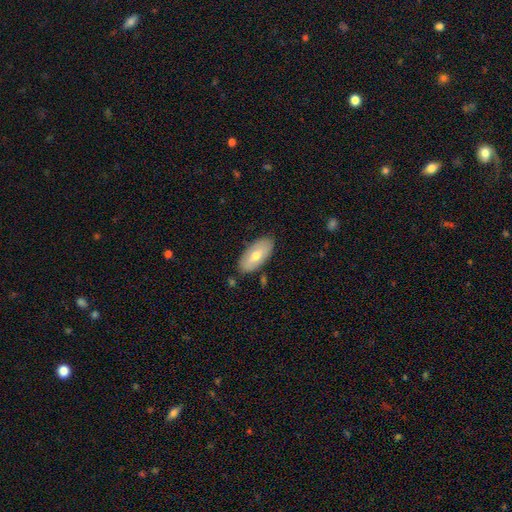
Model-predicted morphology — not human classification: A smooth galaxy with no disk features (60%) that is in between round and cigar-shaped (92%).

Vote fractions:
- Smooth or featured? smooth: 60% / featured or disk: 34% / star or artifact: 6%
- How rounded? in between: 92% / cigar-shaped: 6% / round: 2%
- Merging? none: 83% / minor disturbance: 12% / merger: 3% / major disturbance: 3%